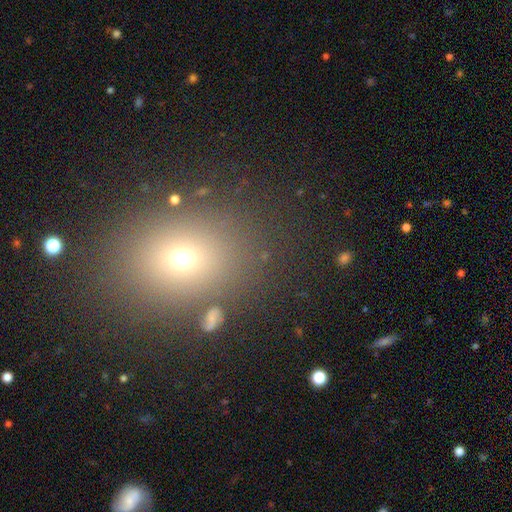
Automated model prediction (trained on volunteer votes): Q: Smooth or featured?
A: smooth (61%); runner-up: star or artifact (27%)
Q: How rounded?
A: round (53%); runner-up: in between (46%)
Q: Merging?
A: none (84%); runner-up: minor disturbance (8%)